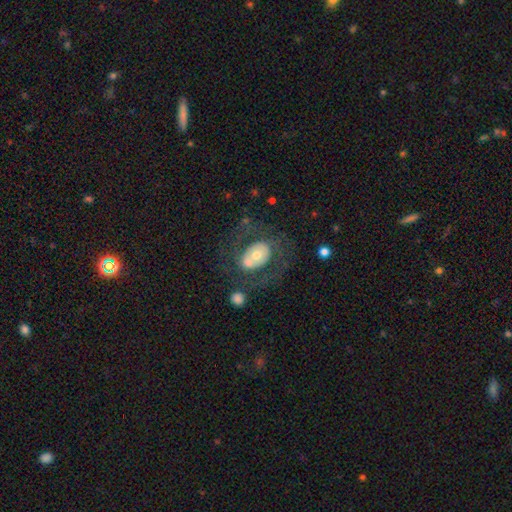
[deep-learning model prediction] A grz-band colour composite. It shows a featured or disk galaxy (52%). Merging: none (54%).